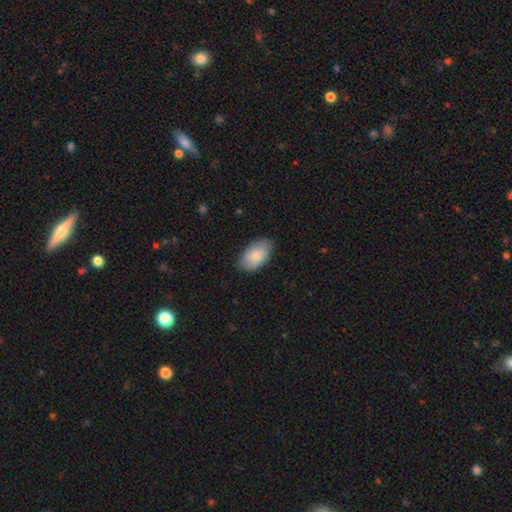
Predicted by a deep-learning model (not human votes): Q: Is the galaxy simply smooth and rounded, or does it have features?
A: smooth — 85%.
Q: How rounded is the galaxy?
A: in between — 95%.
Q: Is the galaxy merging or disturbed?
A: none — 83%.